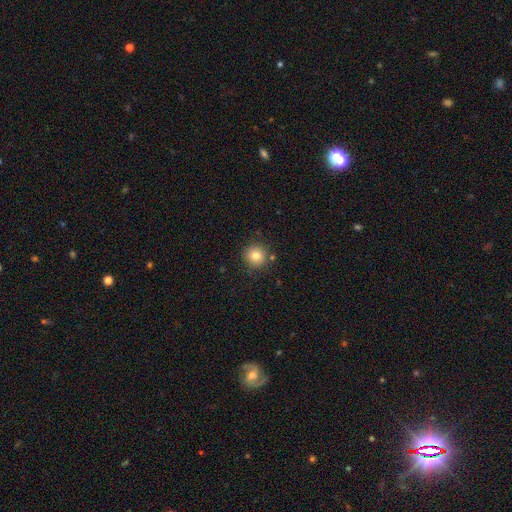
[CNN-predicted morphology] type=smooth (81%); roundness=round (93%); merging=none (86%).